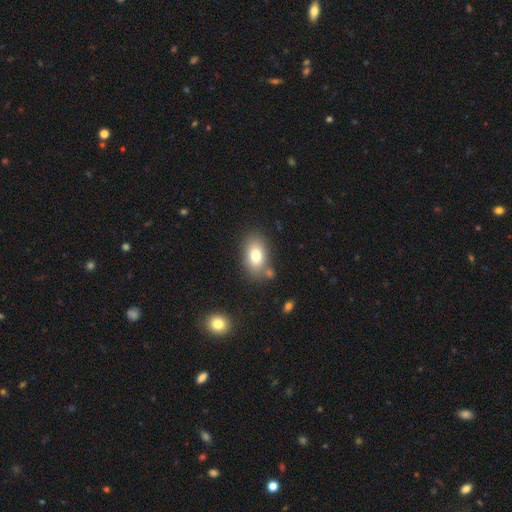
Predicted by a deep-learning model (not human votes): Morphology: type=smooth (77%); roundness=in between (85%); merging=none (74%).